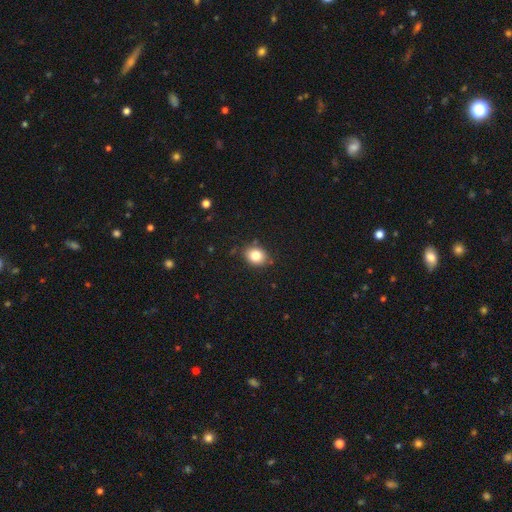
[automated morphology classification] A smooth galaxy with no disk features (82%) that is round (50%). Merging: none (83%).